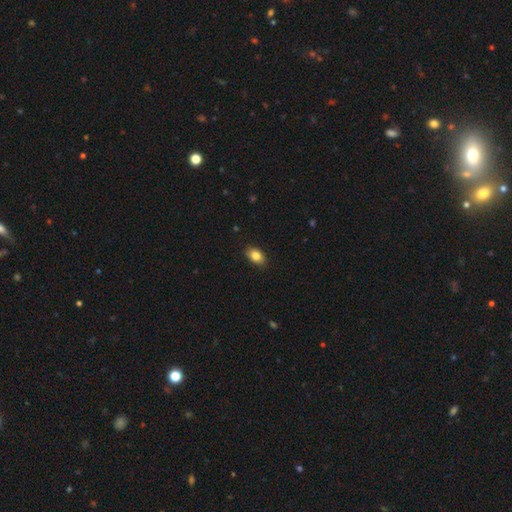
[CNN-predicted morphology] smooth 84%, star or artifact 8%, featured or disk 8%. Down the decision tree: how rounded — in between (87%); merging — none (88%).